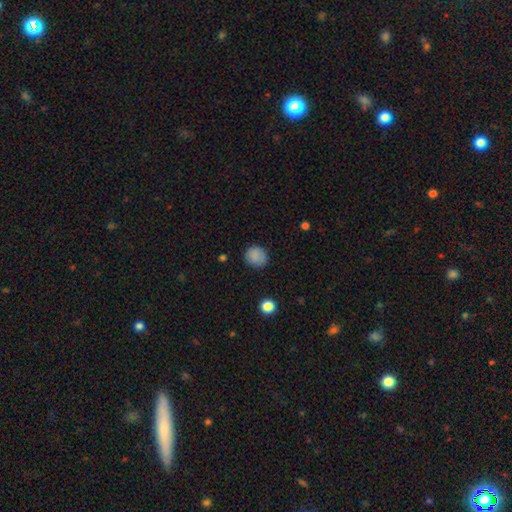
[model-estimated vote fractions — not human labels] smooth_or_featured: smooth (p=0.86) [alt: star or artifact p=0.10]
how_rounded: round (p=0.82) [alt: in between p=0.17]
merging: none (p=0.84) [alt: minor disturbance p=0.12]